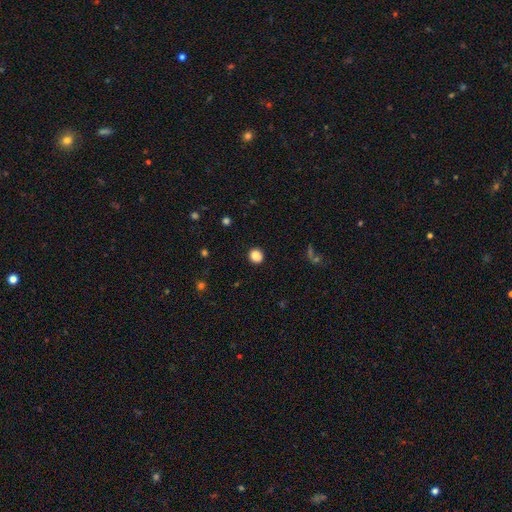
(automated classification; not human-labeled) Morphology: type=smooth (86%); roundness=round (84%); merging=none (91%).